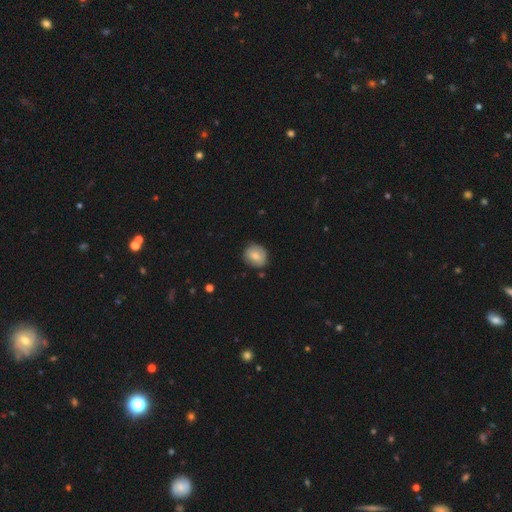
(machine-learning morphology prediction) This is likely a smooth galaxy (75%). How rounded: likely round (65%). Merging: likely none (75%).